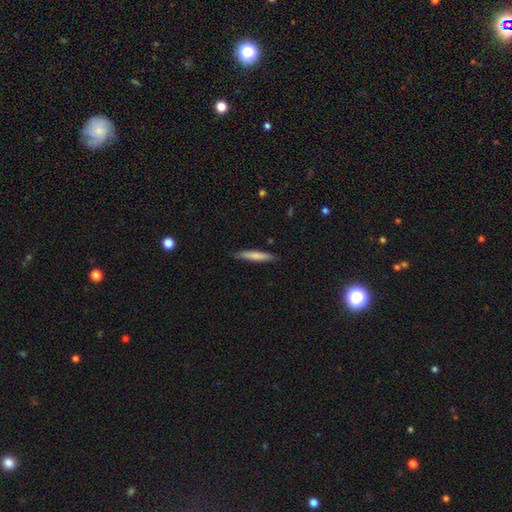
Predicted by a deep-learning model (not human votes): smooth_or_featured: smooth (p=0.72) [alt: featured or disk p=0.23]
how_rounded: cigar-shaped (p=0.91) [alt: in between p=0.07]
merging: none (p=0.84) [alt: minor disturbance p=0.12]